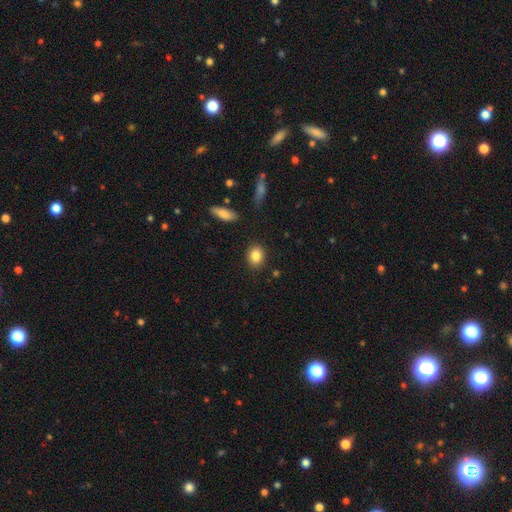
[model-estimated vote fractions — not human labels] smooth-or-featured: smooth: 85% | star or artifact: 9% | featured or disk: 6%
  how-rounded: in between: 49% (tied) | round: 49% (tied) | cigar-shaped: 1%
  merging: none: 88% | minor disturbance: 8% | major disturbance: 2% | merger: 2%